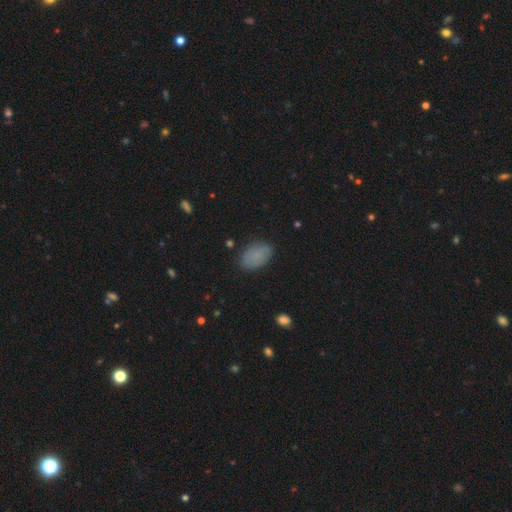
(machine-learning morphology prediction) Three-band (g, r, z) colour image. It shows a smooth galaxy with no disk features (83%) that is in between round and cigar-shaped (91%). Merging: none (83%).